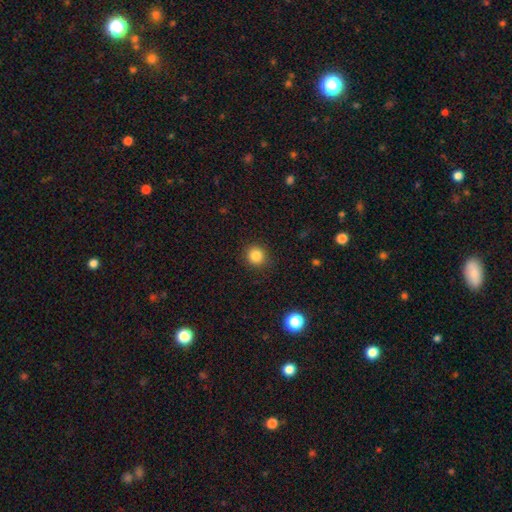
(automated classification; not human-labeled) This appears to be a smooth galaxy with no disk features (85%) that is round (92%). Merging: none (90%).